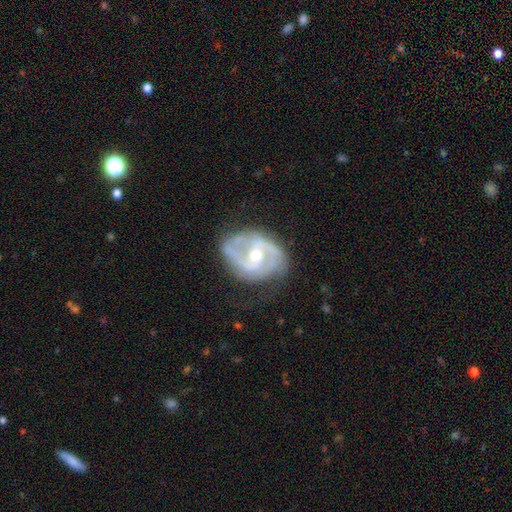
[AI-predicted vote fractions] The model was most divided on "bar": weak: 42%, no: 38%, strong: 20%. Remaining: edge-on disk — no (97%); spiral arms — yes (92%); smooth or featured — featured or disk (87%); spiral arm count — 2 (74%); bulge size — moderate (70%); merging — none (64%); spiral winding — medium (47%).